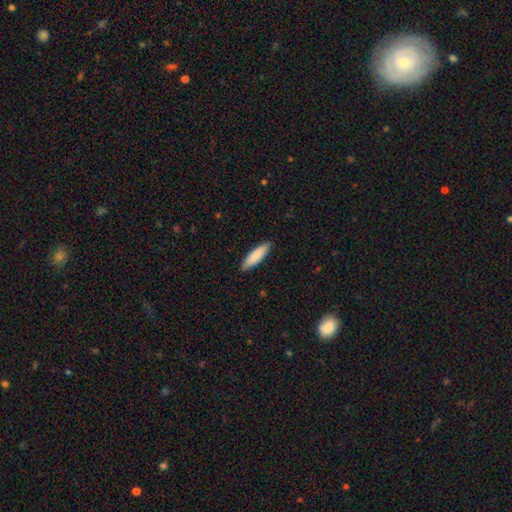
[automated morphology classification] smooth_or_featured: smooth (p=0.86) [alt: featured or disk p=0.09]
how_rounded: cigar-shaped (p=0.61) [alt: in between p=0.37]
merging: none (p=0.88) [alt: minor disturbance p=0.10]